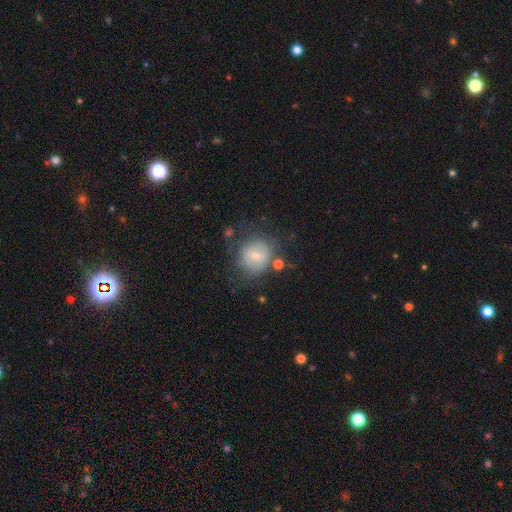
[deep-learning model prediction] Smooth or featured?
  - smooth: 59% *
  - featured or disk: 32%
  - star or artifact: 9%
How rounded?
  - round: 79% *
  - in between: 20%
  - cigar-shaped: 1%
Merging?
  - none: 56% *
  - minor disturbance: 22%
  - major disturbance: 15%
  - merger: 7%